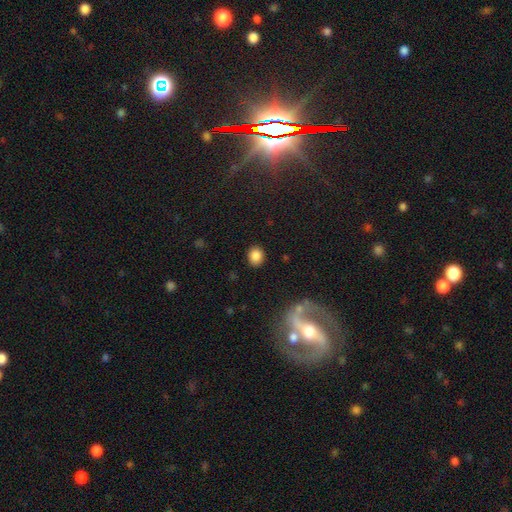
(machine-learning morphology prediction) Smooth or featured: smooth — 86% (star or artifact — 10%)
How rounded: round — 64% (in between — 35%)
Merging: none — 88% (minor disturbance — 8%)